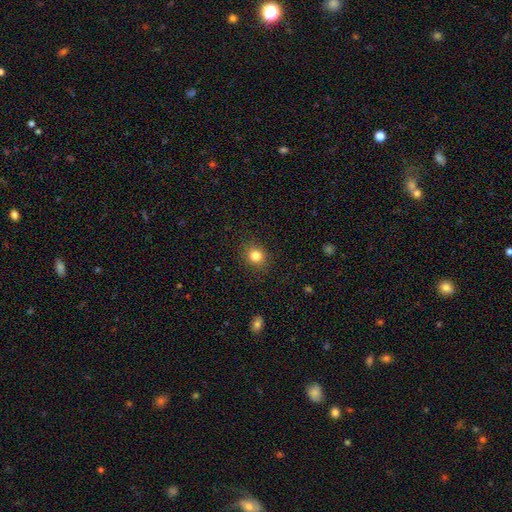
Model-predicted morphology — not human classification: smooth_or_featured: smooth (p=0.83) [alt: star or artifact p=0.12]
how_rounded: round (p=0.81) [alt: in between p=0.19]
merging: none (p=0.88) [alt: minor disturbance p=0.08]